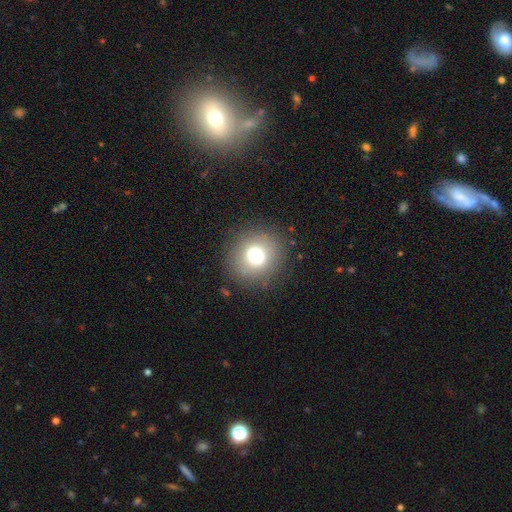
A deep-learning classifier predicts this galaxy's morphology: A smooth galaxy with no disk features (72%) that is round (89%).

Vote fractions:
- Smooth or featured? smooth: 72% / star or artifact: 14% / featured or disk: 14%
- How rounded? round: 89% / in between: 10% / cigar-shaped: 1%
- Merging? none: 86% / minor disturbance: 8% / major disturbance: 4% / merger: 1%